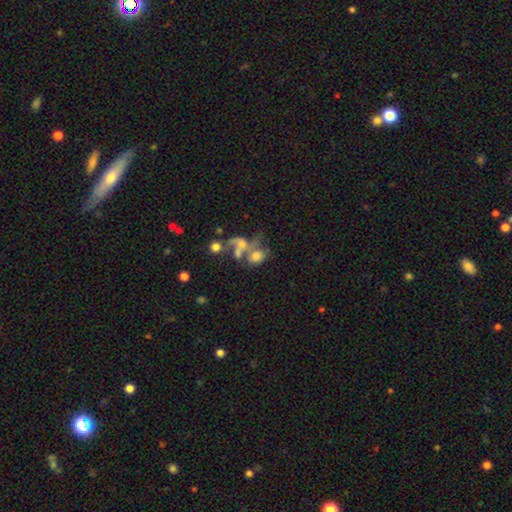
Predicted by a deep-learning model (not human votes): smooth 49%, featured or disk 35%, star or artifact 16%. Down the decision tree: merging — merger (53%).